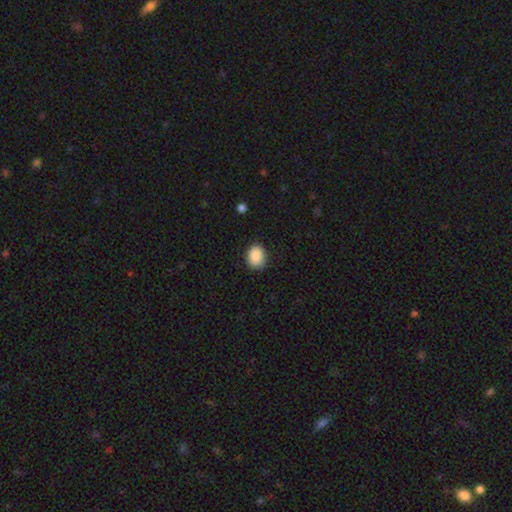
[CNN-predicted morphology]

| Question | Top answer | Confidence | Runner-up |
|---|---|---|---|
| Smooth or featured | smooth | 89% | star or artifact (8%) |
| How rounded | in between | 59% | round (40%) |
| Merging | none | 84% | minor disturbance (13%) |